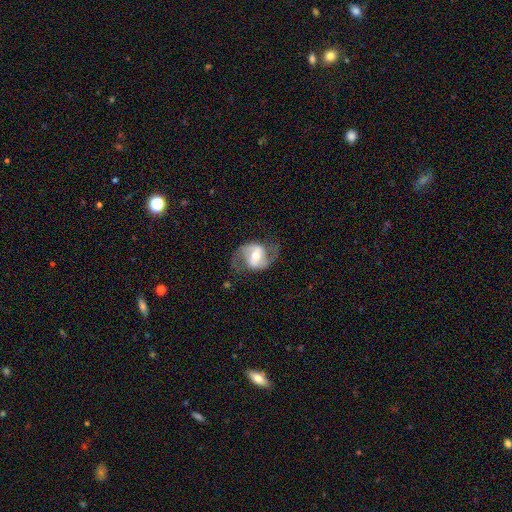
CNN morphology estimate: Smooth or featured? featured or disk (81%)
Edge-on disk? no (97%)
Bar? weak (43%)
Spiral arms? yes (91%)
Spiral winding? medium (48%)
Spiral arm count? 2 (91%)
Bulge size? moderate (66%)
Merging? none (71%)